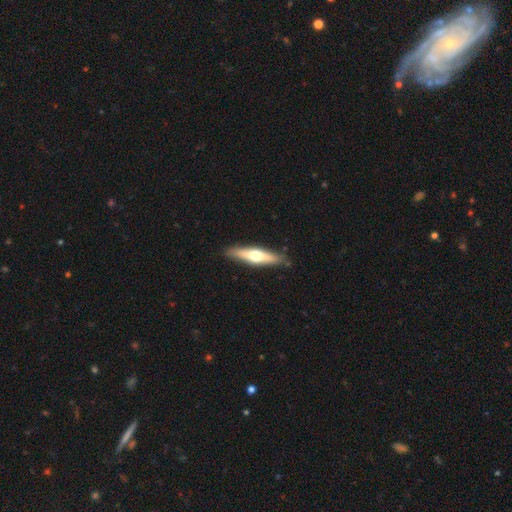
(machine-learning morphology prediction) Smooth or featured? Predicted: featured or disk (p=0.53). Edge-on disk? Predicted: yes (p=0.92). Merging? Predicted: none (p=0.87).